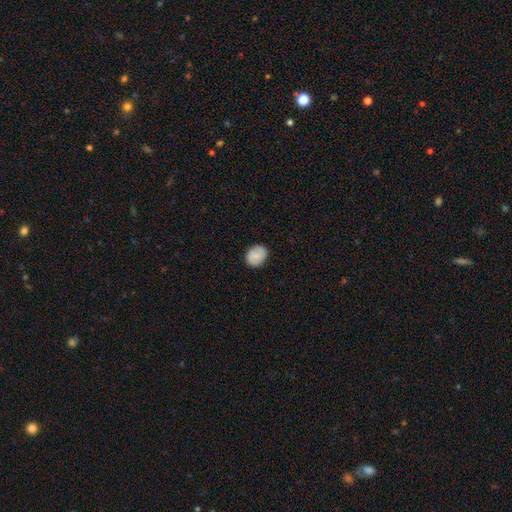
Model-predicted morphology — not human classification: smooth_or_featured: smooth (p=0.76) [alt: featured or disk p=0.17]
how_rounded: round (p=0.57) [alt: in between p=0.42]
merging: none (p=0.87) [alt: minor disturbance p=0.10]